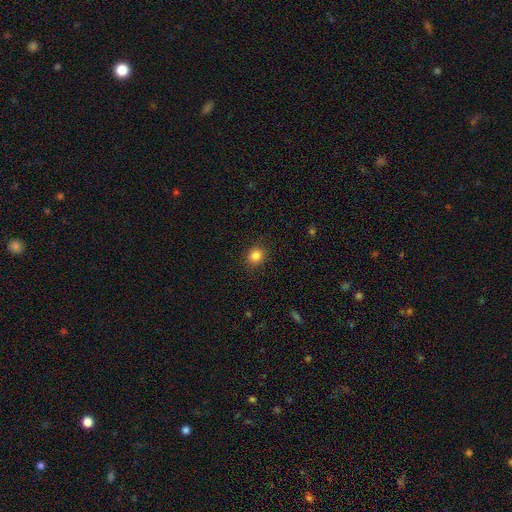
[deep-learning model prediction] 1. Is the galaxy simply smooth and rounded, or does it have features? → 84% smooth, 11% star or artifact, 5% featured or disk.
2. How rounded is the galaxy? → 76% round, 23% in between, 1% cigar-shaped.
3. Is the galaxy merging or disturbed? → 89% none, 8% minor disturbance, 2% major disturbance, 1% merger.